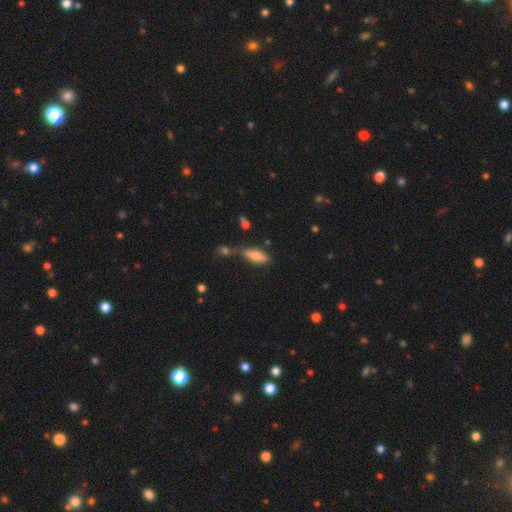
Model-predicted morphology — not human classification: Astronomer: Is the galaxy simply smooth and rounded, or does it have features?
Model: smooth — 77%.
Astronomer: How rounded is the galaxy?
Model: in between — 63%.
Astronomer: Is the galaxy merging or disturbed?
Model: none — 57%.